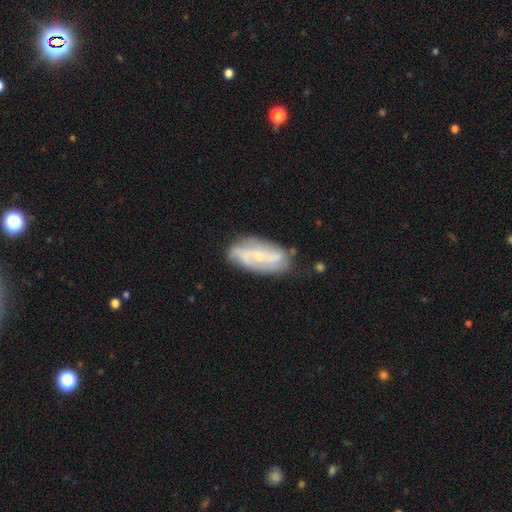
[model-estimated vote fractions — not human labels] Morphology: type=featured or disk (69%); edge-on=no (92%); bar=no (46%); spiral arms=yes (86%); winding=medium (39%); arm count=2 (48%); bulge=small (66%); merging=none (73%).